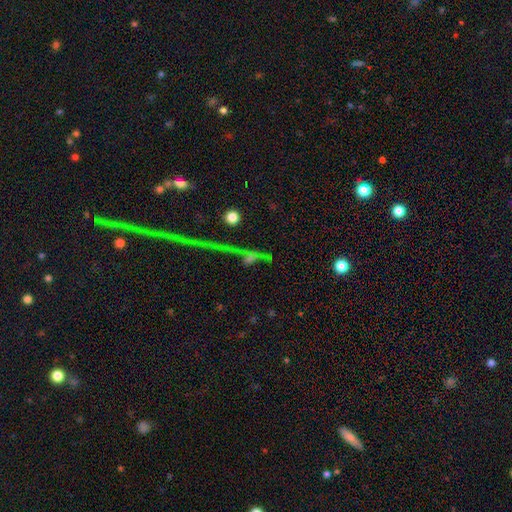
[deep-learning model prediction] smooth_or_featured: star or artifact (p=0.76) [alt: smooth p=0.13]